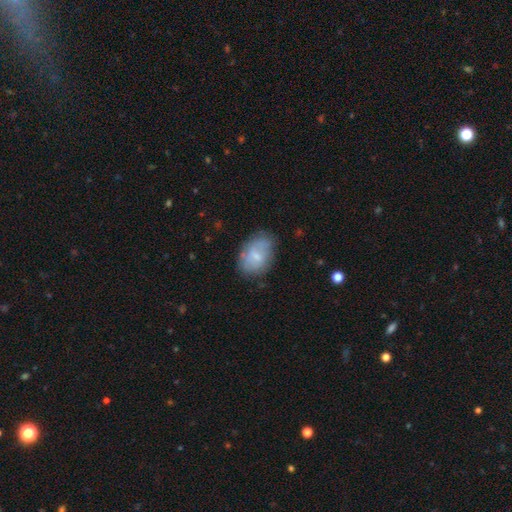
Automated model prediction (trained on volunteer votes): smooth 66%, featured or disk 27%, star or artifact 7%. Down the decision tree: how rounded — in between (80%); merging — none (66%).